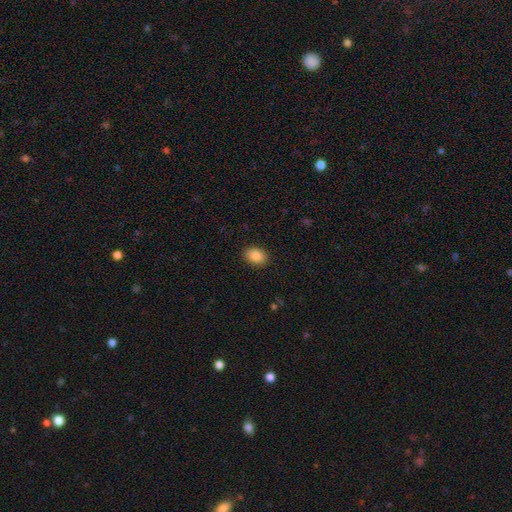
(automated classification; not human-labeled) Q: Smooth or featured?
A: smooth (87%); runner-up: star or artifact (8%)
Q: How rounded?
A: in between (74%); runner-up: round (25%)
Q: Merging?
A: none (90%); runner-up: minor disturbance (7%)